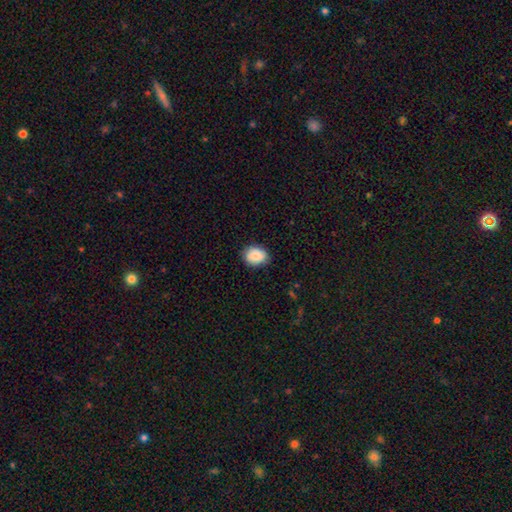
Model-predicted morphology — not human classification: smooth 85%, star or artifact 7%, featured or disk 7%. Down the decision tree: how rounded — in between (58%); merging — none (82%).